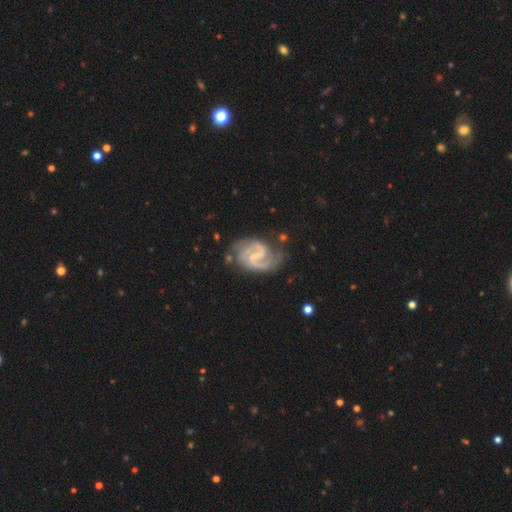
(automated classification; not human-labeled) The model was most divided on "bulge size" (2-way tie): small: 44%, none: 44%, moderate: 10%, large: 1%, dominant: 1%. More confident: edge-on disk — no (98%); spiral arms — yes (98%); smooth or featured — featured or disk (91%); spiral arm count — 2 (91%); merging — none (69%); spiral winding — medium (57%); bar — weak (54%).